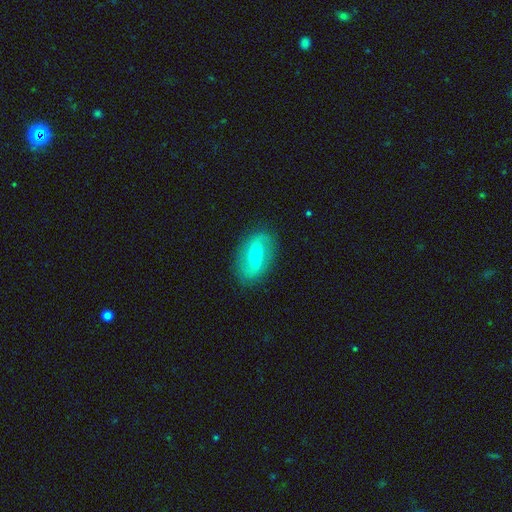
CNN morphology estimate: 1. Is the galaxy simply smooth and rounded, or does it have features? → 69% featured or disk, 24% smooth, 6% star or artifact.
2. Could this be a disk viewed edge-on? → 94% no, 6% yes.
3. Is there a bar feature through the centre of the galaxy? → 42% weak, 37% strong, 21% no.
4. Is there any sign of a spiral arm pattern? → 85% yes, 15% no.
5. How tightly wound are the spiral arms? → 55% loose, 32% medium, 13% tight.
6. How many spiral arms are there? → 88% 2, 5% can't tell, 3% 1, 1% 3, 1% 4, 1% more than 4.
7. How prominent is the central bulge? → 56% small, 36% moderate, 4% none, 3% large, 1% dominant.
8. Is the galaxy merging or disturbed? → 81% none, 13% minor disturbance, 5% major disturbance, 1% merger.